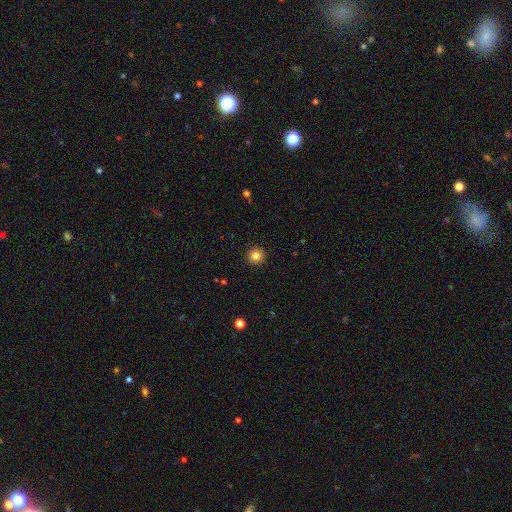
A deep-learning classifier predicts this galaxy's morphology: Q: Smooth or featured?
A: smooth (83%); runner-up: star or artifact (12%)
Q: How rounded?
A: round (96%); runner-up: in between (3%)
Q: Merging?
A: none (93%); runner-up: minor disturbance (5%)